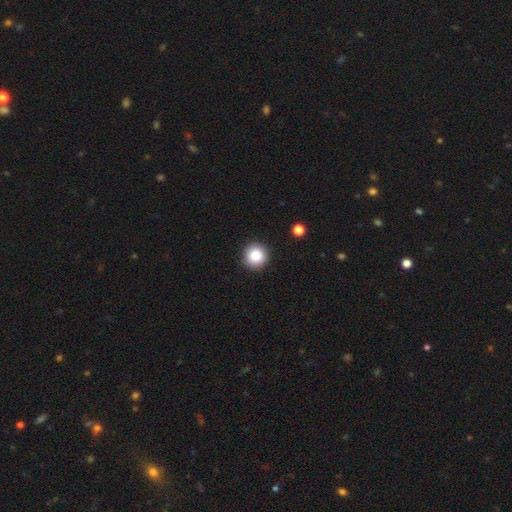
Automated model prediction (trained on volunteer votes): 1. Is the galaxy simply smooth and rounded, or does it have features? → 86% smooth, 9% star or artifact, 4% featured or disk.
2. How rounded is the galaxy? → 94% round, 5% in between, 1% cigar-shaped.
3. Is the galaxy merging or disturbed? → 91% none, 6% minor disturbance, 2% major disturbance, 1% merger.